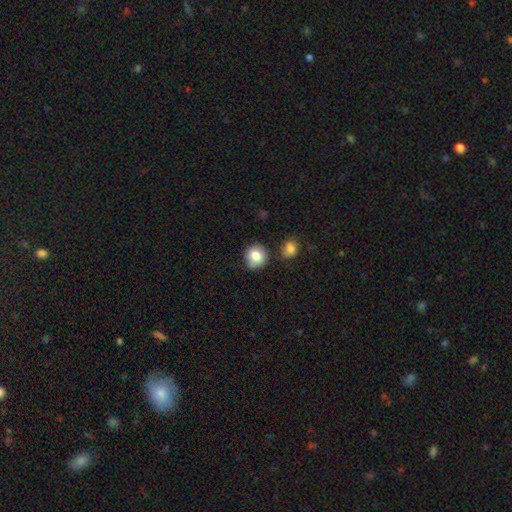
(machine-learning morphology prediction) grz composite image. It shows a smooth galaxy with no disk features (82%) that is round (89%). Merging: none (78%).